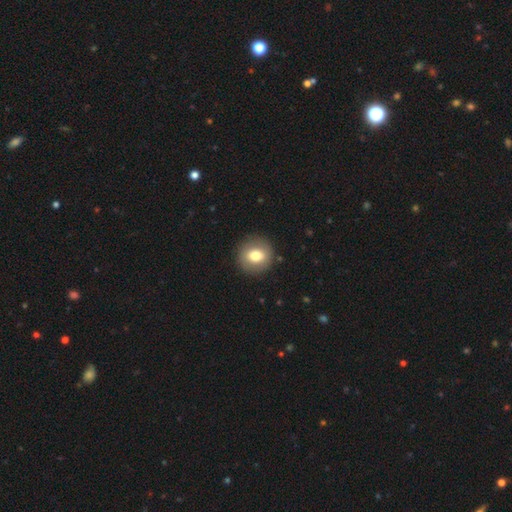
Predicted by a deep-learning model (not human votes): A smooth galaxy with no disk features (74%) that is round (89%).

Vote fractions:
- Smooth or featured? smooth: 74% / featured or disk: 18% / star or artifact: 8%
- How rounded? round: 89% / in between: 10% / cigar-shaped: 1%
- Merging? none: 89% / minor disturbance: 7% / major disturbance: 3% / merger: 1%